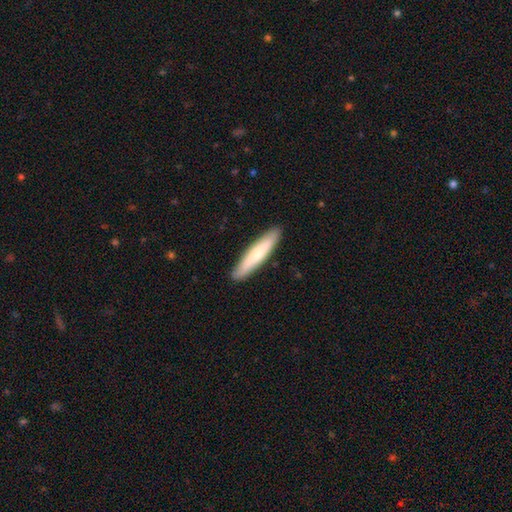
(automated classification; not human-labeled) Smooth or featured? smooth (68%)
How rounded? cigar-shaped (87%)
Merging? none (90%)